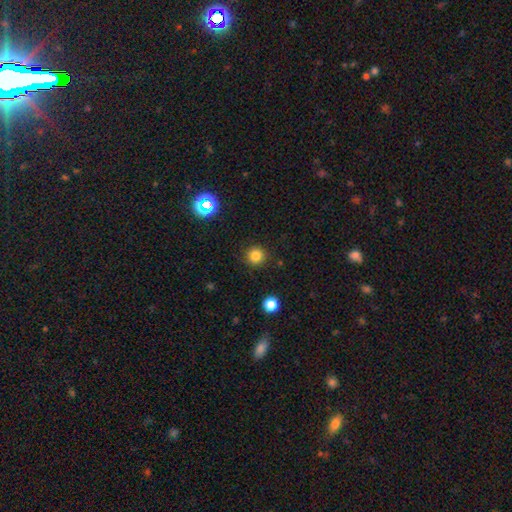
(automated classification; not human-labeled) smooth 81%, star or artifact 14%, featured or disk 5%. Down the decision tree: how rounded — round (95%); merging — none (90%).